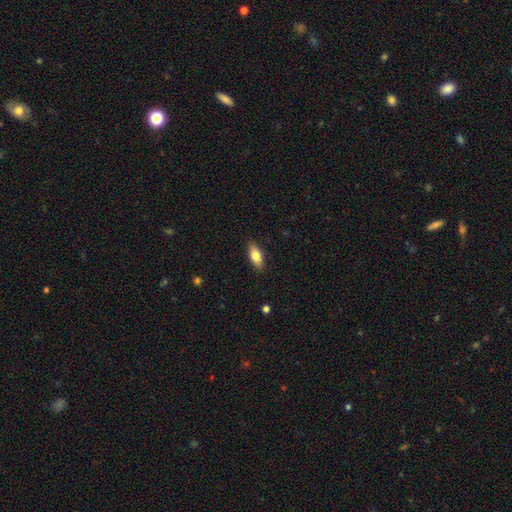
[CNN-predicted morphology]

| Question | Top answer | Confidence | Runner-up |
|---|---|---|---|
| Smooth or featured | smooth | 77% | featured or disk (16%) |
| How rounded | in between | 83% | cigar-shaped (14%) |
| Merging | none | 88% | minor disturbance (9%) |